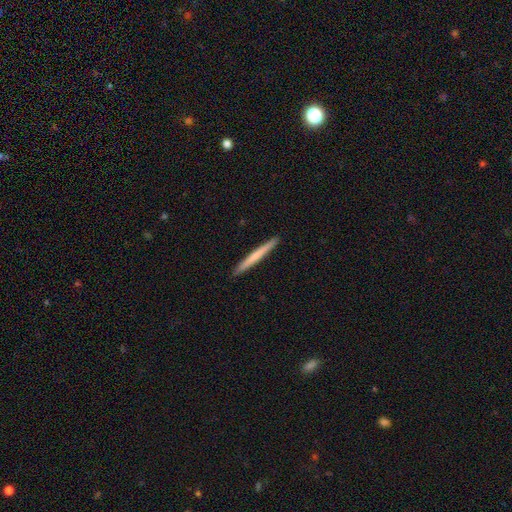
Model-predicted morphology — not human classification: A smooth galaxy with no disk features (61%) that is cigar-shaped (97%). Merging: none (93%).